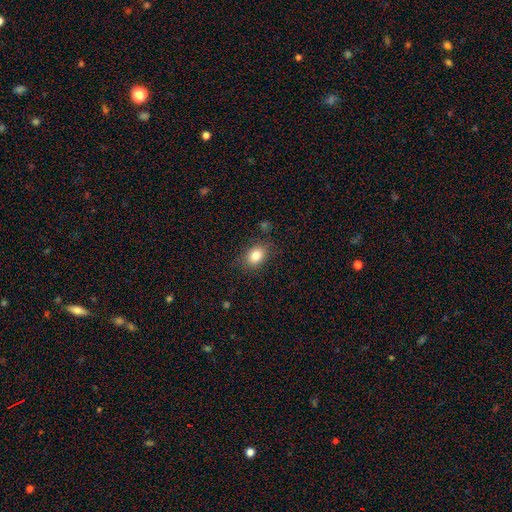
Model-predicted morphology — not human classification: type=smooth (83%); roundness=in between (68%); merging=none (81%).